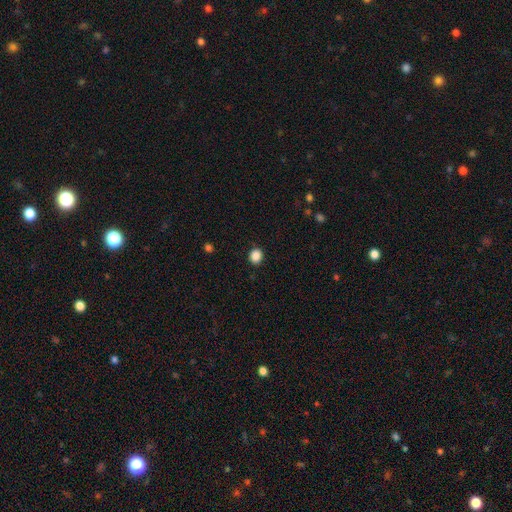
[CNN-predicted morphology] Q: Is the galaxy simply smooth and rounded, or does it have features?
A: smooth — 87%.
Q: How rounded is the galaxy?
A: round — 75%.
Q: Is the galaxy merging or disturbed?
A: none — 90%.